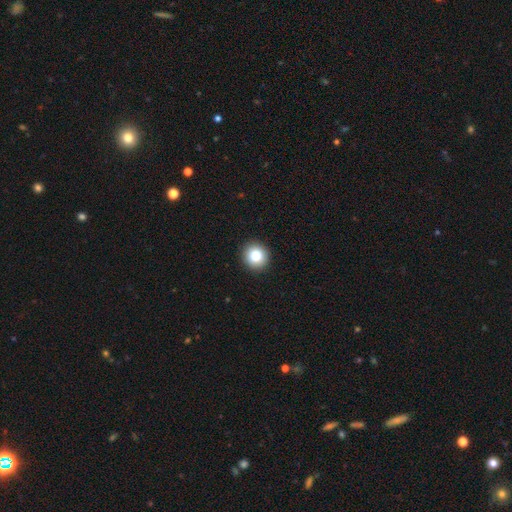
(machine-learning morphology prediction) This appears to be a smooth galaxy with no disk features (82%) that is round (92%). Merging: none (93%).